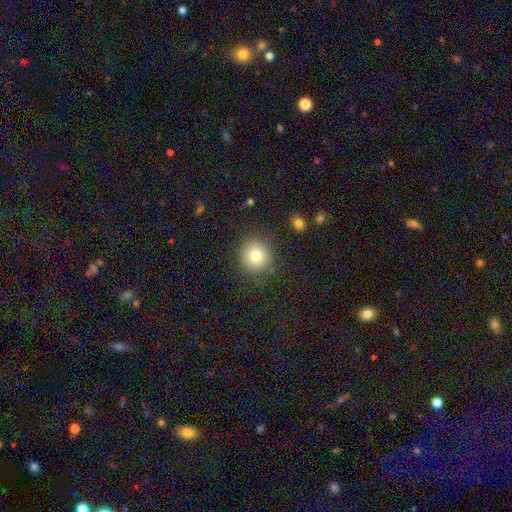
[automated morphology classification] A smooth galaxy with no disk features (78%) that is round (90%). Merging: none (87%).